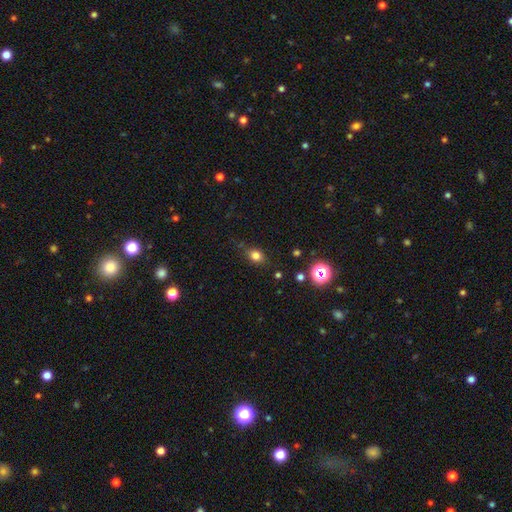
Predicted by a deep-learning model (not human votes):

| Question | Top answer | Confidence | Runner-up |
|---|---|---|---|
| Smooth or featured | smooth | 78% | star or artifact (15%) |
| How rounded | in between | 58% | round (40%) |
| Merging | none | 77% | minor disturbance (16%) |